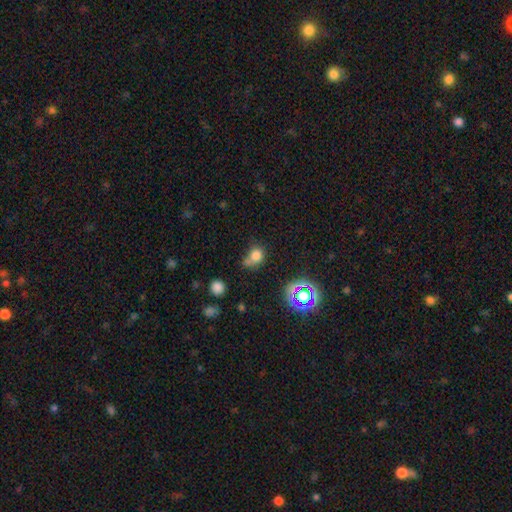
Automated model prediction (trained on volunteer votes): smooth-or-featured: smooth: 74% | star or artifact: 18% | featured or disk: 9%
  how-rounded: round: 67% | in between: 32% | cigar-shaped: 1%
  merging: none: 46% | merger: 25% | minor disturbance: 20% | major disturbance: 9%